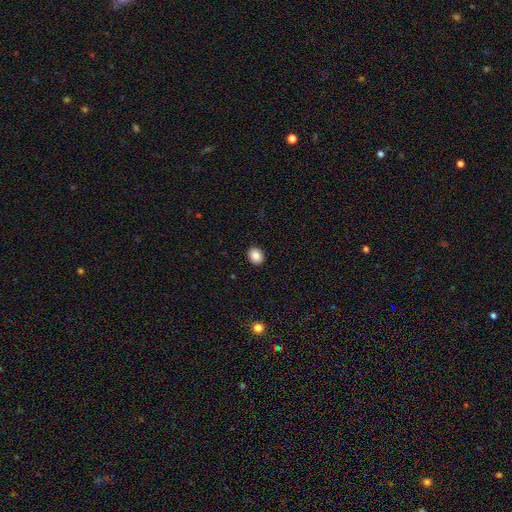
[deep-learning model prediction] A smooth galaxy with no disk features (86%) that is round (58%).

Vote fractions:
- Smooth or featured? smooth: 86% / star or artifact: 9% / featured or disk: 5%
- How rounded? round: 58% / in between: 41% / cigar-shaped: 1%
- Merging? none: 92% / minor disturbance: 6% / major disturbance: 2% / merger: 1%